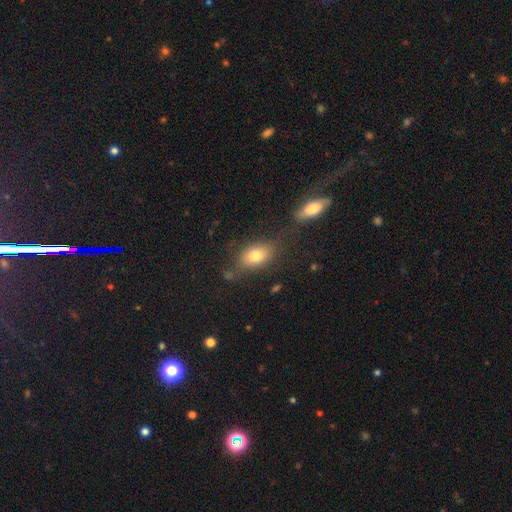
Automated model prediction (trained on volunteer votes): Q: Smooth or featured?
A: smooth (77%); runner-up: featured or disk (14%)
Q: How rounded?
A: in between (83%); runner-up: round (13%)
Q: Merging?
A: none (62%); runner-up: minor disturbance (18%)